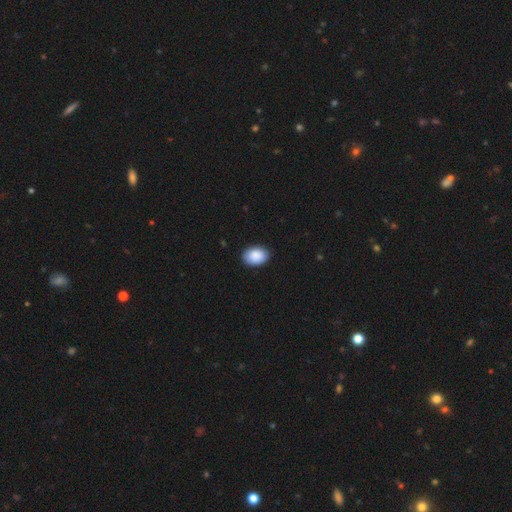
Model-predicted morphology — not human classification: Overall: smooth (89%). How rounded: in between (82%). Merging: none (88%).